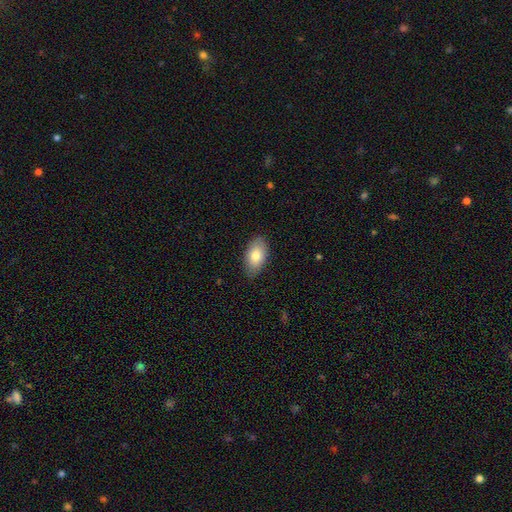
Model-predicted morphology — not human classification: smooth_or_featured: smooth (p=0.80) [alt: featured or disk p=0.14]
how_rounded: in between (p=0.93) [alt: round p=0.05]
merging: none (p=0.82) [alt: minor disturbance p=0.15]